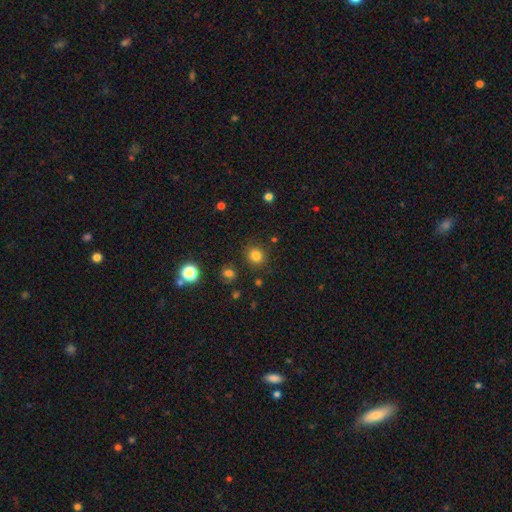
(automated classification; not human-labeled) This appears to be a smooth galaxy with no disk features (81%) that is round (83%). Merging: none (86%).